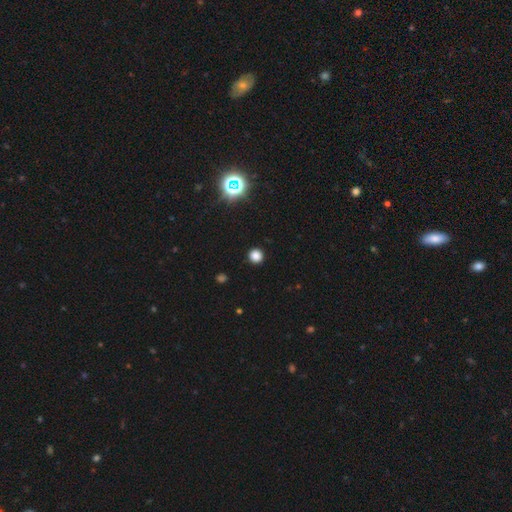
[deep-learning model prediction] smooth 80%, star or artifact 16%, featured or disk 4%. Down the decision tree: how rounded — round (94%); merging — none (92%).